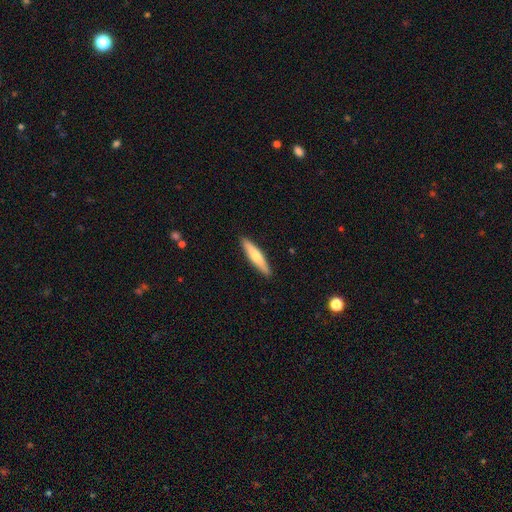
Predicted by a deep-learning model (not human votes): smooth-or-featured: smooth: 65% | featured or disk: 30% | star or artifact: 5%
  how-rounded: cigar-shaped: 87% | in between: 12% | round: 1%
  merging: none: 90% | minor disturbance: 7% | major disturbance: 1% | merger: 1%